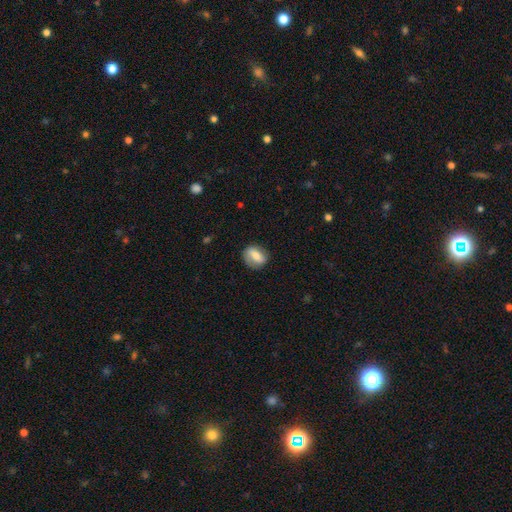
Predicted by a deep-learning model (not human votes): smooth 58%, featured or disk 34%, star or artifact 8%. Down the decision tree: how rounded — in between (56%); merging — none (76%).